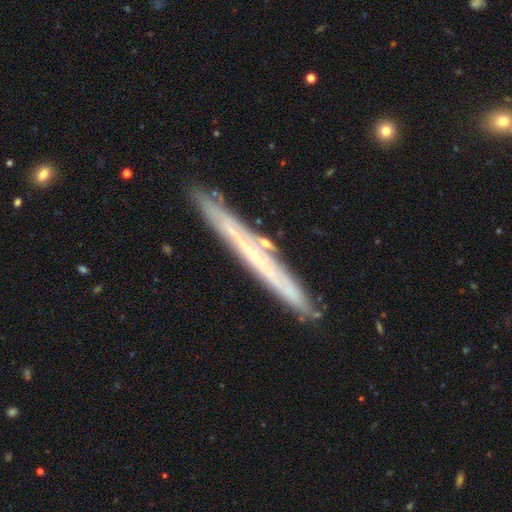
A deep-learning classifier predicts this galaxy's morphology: Smooth or featured? Predicted: featured or disk (p=0.63). Edge-on disk? Predicted: yes (p=0.92). Edge-on bulge? Predicted: none (p=0.86). Merging? Predicted: none (p=0.86).